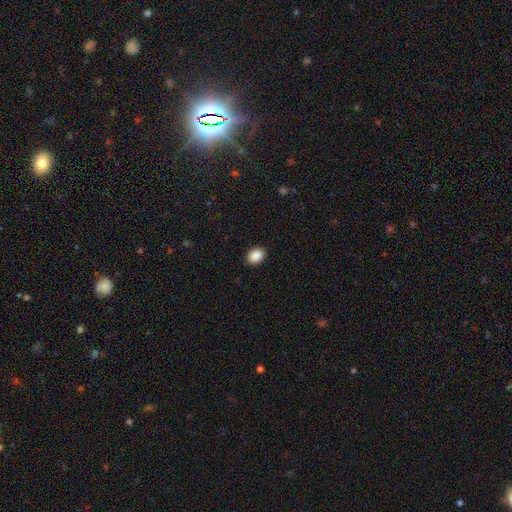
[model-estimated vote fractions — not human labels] Smooth or featured? Predicted: smooth (p=0.89). How rounded? Predicted: in between (p=0.64). Merging? Predicted: none (p=0.91).